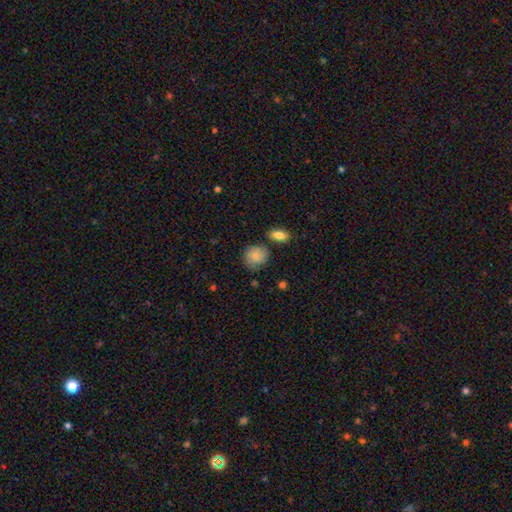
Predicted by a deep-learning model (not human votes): This appears to be a smooth galaxy with no disk features (80%) that is round (78%). Merging: none (69%).